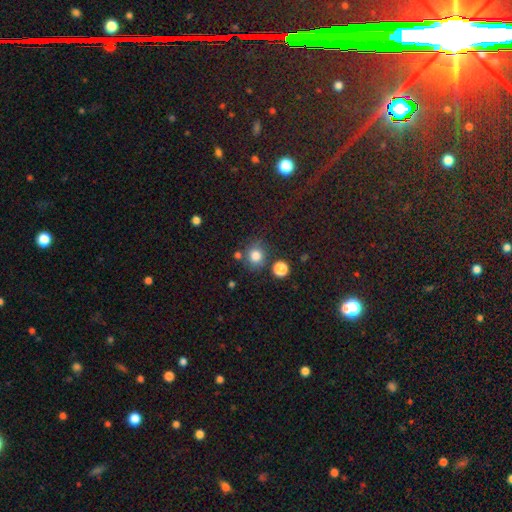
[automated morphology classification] smooth_or_featured: smooth (p=0.81) [alt: star or artifact p=0.12]
how_rounded: round (p=0.83) [alt: in between p=0.16]
merging: none (p=0.73) [alt: minor disturbance p=0.13]